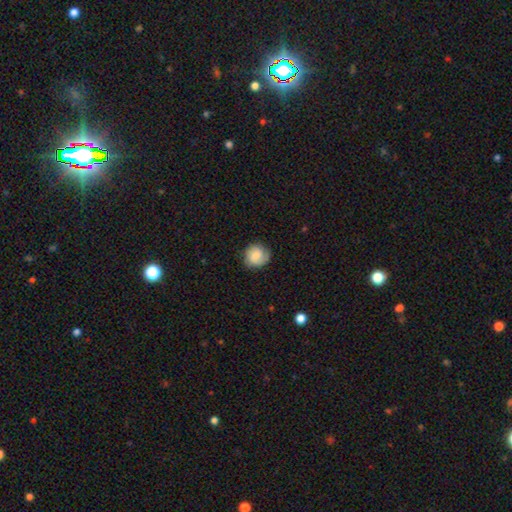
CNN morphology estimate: Smooth or featured? Predicted: smooth (p=0.73). How rounded? Predicted: round (p=0.85). Merging? Predicted: none (p=0.76).